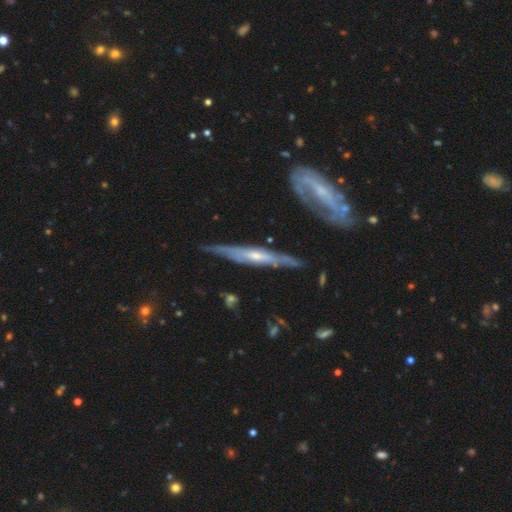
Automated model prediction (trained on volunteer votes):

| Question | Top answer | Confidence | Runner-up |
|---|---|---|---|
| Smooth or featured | featured or disk | 76% | smooth (19%) |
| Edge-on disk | yes | 81% | no (19%) |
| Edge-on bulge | rounded | 58% | none (32%) |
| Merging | none | 74% | minor disturbance (18%) |